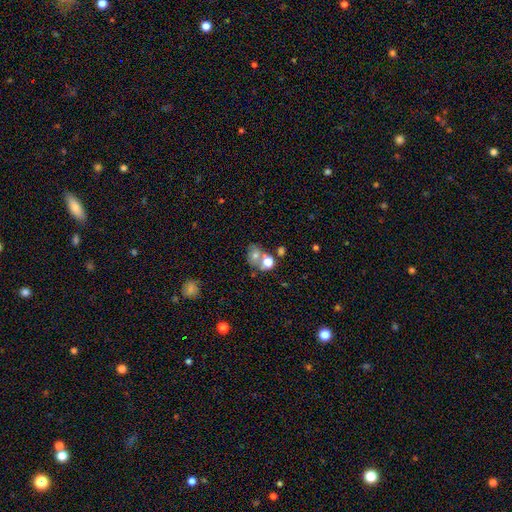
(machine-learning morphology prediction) Smooth or featured? Predicted: smooth (p=0.56). How rounded? Predicted: round (p=0.58). Merging? Predicted: none (p=0.43).